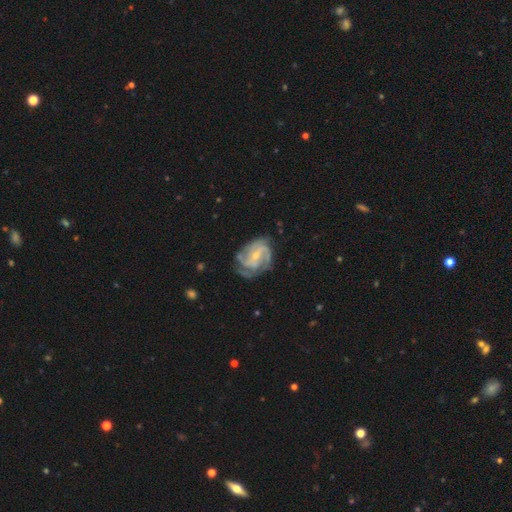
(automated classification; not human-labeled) Smooth or featured? featured or disk (89%)
Edge-on disk? no (98%)
Bar? no (46%)
Spiral arms? yes (97%)
Spiral winding? tight (46%)
Spiral arm count? 3 (39%)
Bulge size? small (65%)
Merging? none (65%)